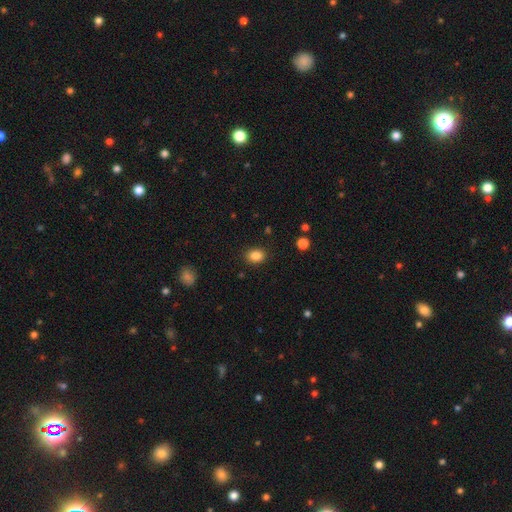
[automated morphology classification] smooth 86%, star or artifact 10%, featured or disk 4%. Down the decision tree: how rounded — in between (58%); merging — none (87%).